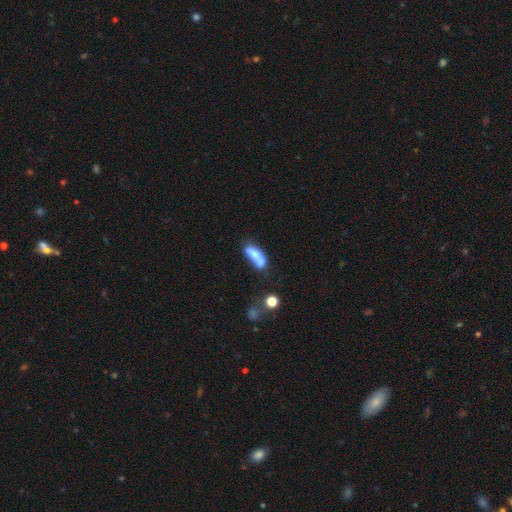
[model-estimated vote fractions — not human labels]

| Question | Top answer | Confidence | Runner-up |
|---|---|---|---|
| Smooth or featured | smooth | 67% | featured or disk (24%) |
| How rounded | in between | 61% | cigar-shaped (36%) |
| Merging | merger | 34% | none (31%) |